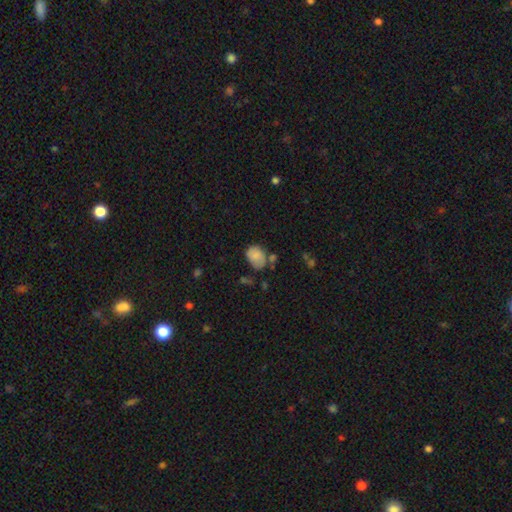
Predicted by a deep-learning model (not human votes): The model was most divided on "merging": none: 53%, minor disturbance: 28%, merger: 11%, major disturbance: 9%. More confident: smooth or featured — smooth (82%); how rounded — in between (64%).